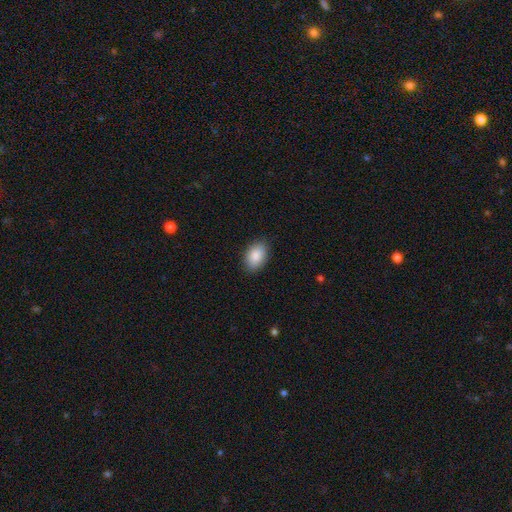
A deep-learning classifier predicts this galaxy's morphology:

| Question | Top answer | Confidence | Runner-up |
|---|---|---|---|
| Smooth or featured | smooth | 88% | star or artifact (7%) |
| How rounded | in between | 90% | round (9%) |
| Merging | none | 87% | minor disturbance (10%) |